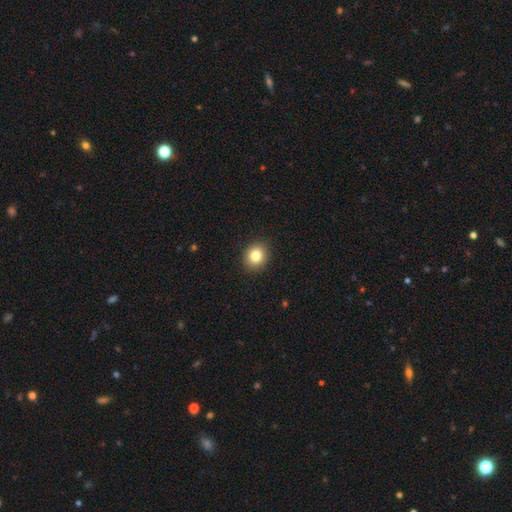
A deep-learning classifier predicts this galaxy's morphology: A smooth galaxy with no disk features (83%) that is round (71%).

Vote fractions:
- Smooth or featured? smooth: 83% / star or artifact: 10% / featured or disk: 8%
- How rounded? round: 71% / in between: 28% / cigar-shaped: 1%
- Merging? none: 90% / minor disturbance: 7% / major disturbance: 2% / merger: 1%